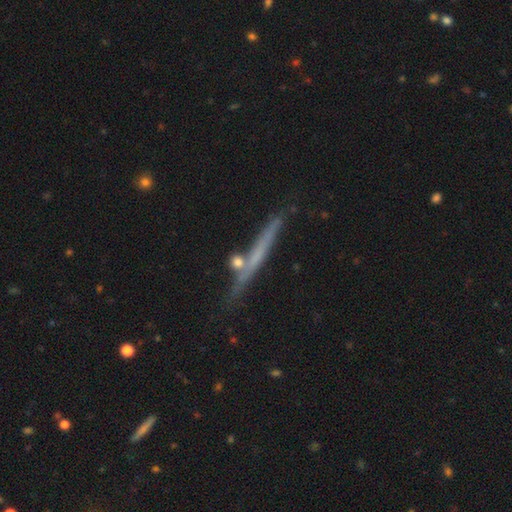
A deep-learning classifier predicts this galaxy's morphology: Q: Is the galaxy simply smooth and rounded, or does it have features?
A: featured or disk — 56%.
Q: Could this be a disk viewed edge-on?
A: yes — 94%.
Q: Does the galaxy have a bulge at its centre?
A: none — 77%.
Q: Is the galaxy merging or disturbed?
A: none — 76%.